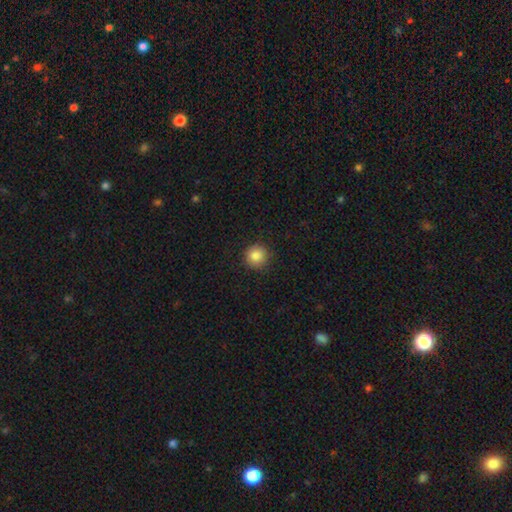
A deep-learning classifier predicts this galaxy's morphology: This is clearly a smooth galaxy (85%). How rounded: clearly round (94%). Merging: clearly none (91%).